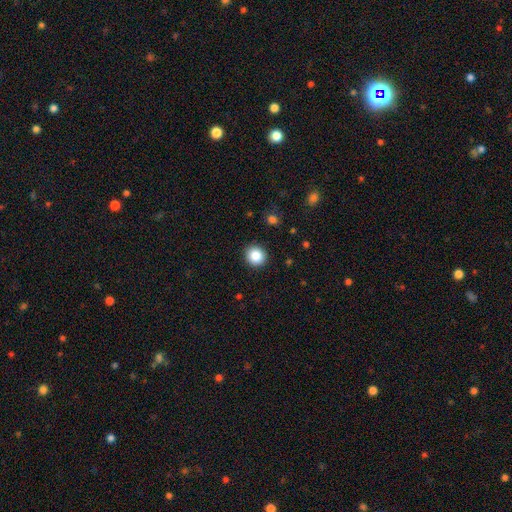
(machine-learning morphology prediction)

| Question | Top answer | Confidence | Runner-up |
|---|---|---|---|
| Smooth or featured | smooth | 86% | star or artifact (10%) |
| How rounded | round | 91% | in between (8%) |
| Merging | none | 92% | minor disturbance (5%) |